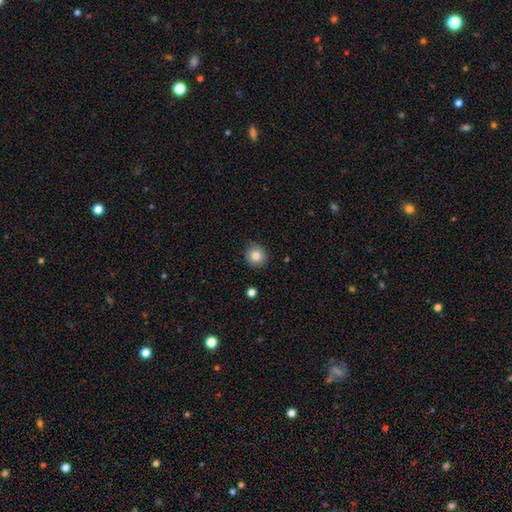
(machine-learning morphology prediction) Overall: smooth (82%). How rounded: round (85%). Merging: none (85%).